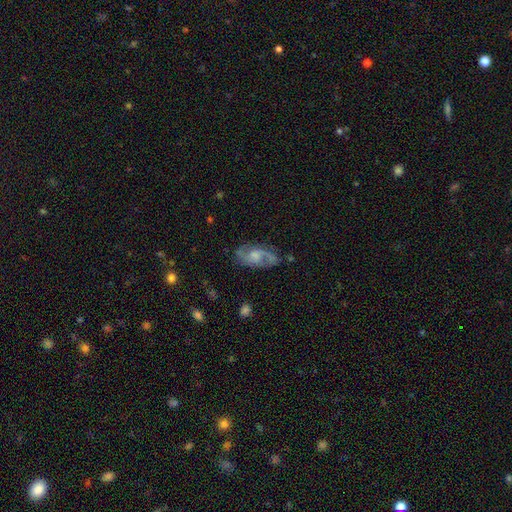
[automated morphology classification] This appears to be a featured or disk galaxy (74%) with no bar (56%), 2 (80%) medium (47%) spiral arms (91%) and a moderate central bulge (35%). Merging: none (71%).